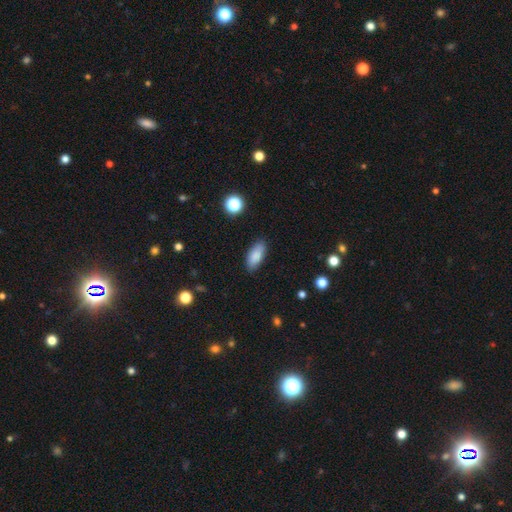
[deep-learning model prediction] A smooth galaxy with no disk features (86%) that is in between round and cigar-shaped (85%). Merging: none (86%).